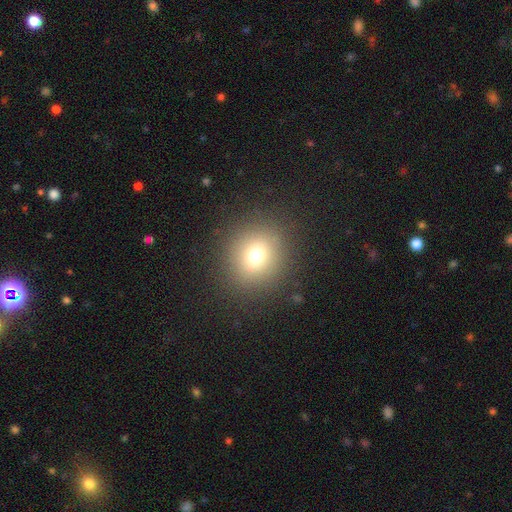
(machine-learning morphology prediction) smooth 71%, star or artifact 16%, featured or disk 12%. Down the decision tree: how rounded — round (85%); merging — none (88%).